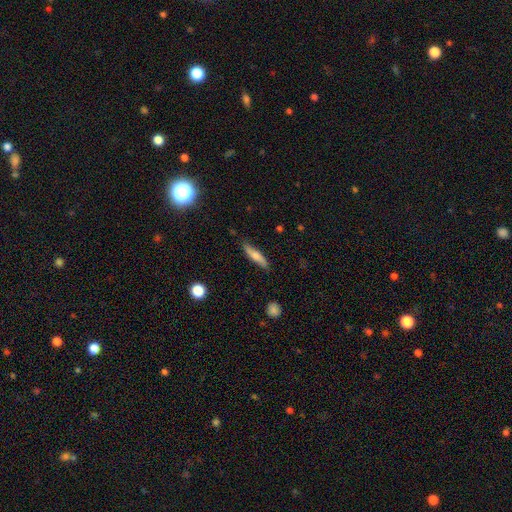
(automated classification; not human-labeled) smooth-or-featured: smooth: 58% | featured or disk: 36% | star or artifact: 6%
  how-rounded: cigar-shaped: 78% | in between: 20% | round: 2%
  merging: none: 81% | minor disturbance: 15% | major disturbance: 2% | merger: 1%